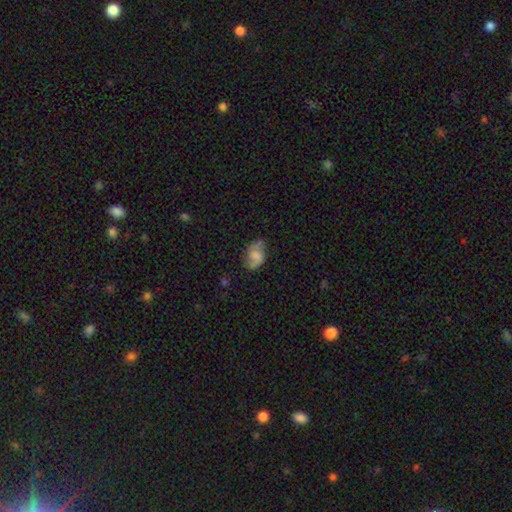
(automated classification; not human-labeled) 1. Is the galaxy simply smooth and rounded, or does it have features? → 57% featured or disk, 34% smooth, 9% star or artifact.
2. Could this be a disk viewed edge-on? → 97% no, 3% yes.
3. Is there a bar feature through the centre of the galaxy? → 53% no, 38% weak, 9% strong.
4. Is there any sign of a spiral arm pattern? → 89% yes, 11% no.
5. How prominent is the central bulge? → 41% none, 21% moderate, 20% small, 15% large, 3% dominant.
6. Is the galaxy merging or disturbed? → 66% none, 23% minor disturbance, 9% major disturbance, 2% merger.